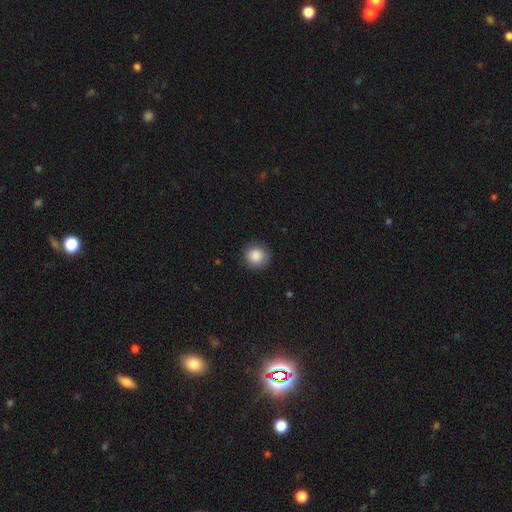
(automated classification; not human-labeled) Smooth or featured? smooth (87%)
How rounded? round (92%)
Merging? none (88%)